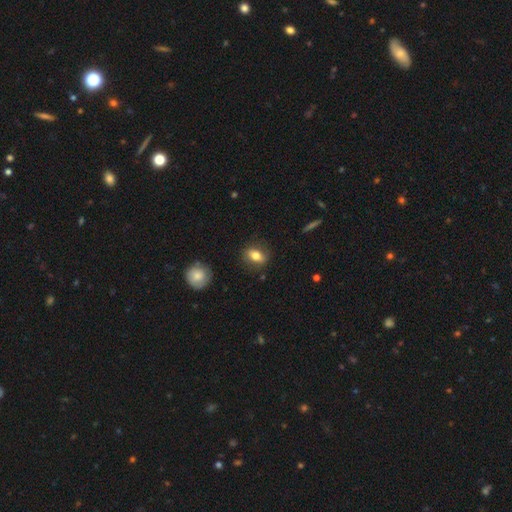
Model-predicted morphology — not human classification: Smooth or featured? Predicted: smooth (p=0.71). How rounded? Predicted: in between (p=0.70). Merging? Predicted: none (p=0.82).